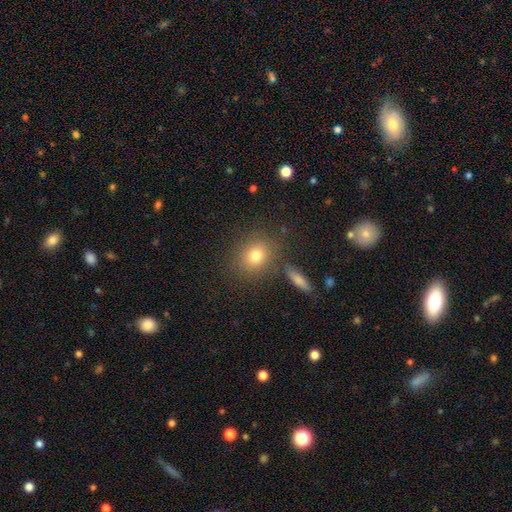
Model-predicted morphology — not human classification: The model was most divided on "how rounded": round: 69%, in between: 29%, cigar-shaped: 2%. More confident: merging — none (80%); smooth or featured — smooth (77%).